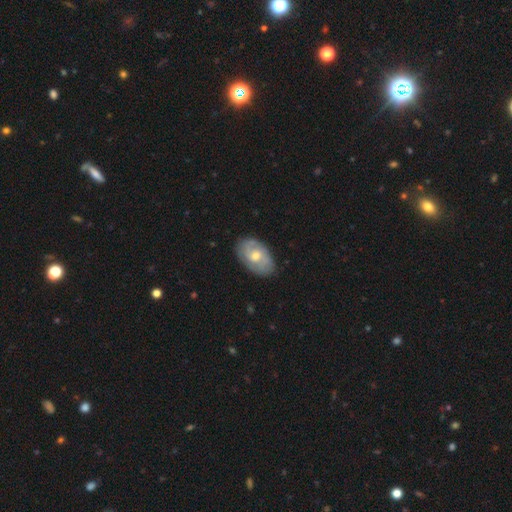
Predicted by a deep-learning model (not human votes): A featured or disk galaxy (65%) with no bar (64%), 2 (43%) tight (54%) spiral arms (82%) and a moderate central bulge (65%). Merging: none (80%).